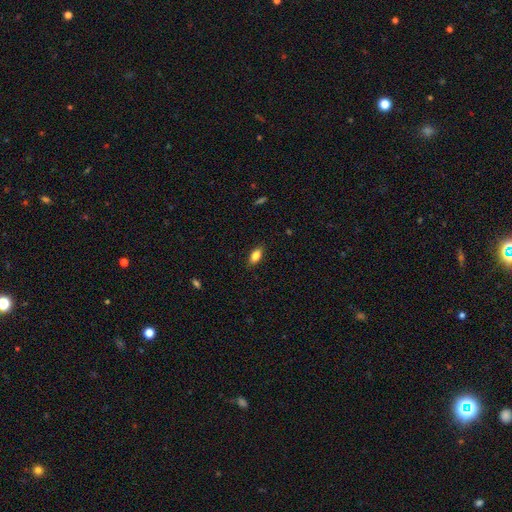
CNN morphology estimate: smooth-or-featured: smooth: 82% | featured or disk: 10% | star or artifact: 8%
  how-rounded: in between: 86% | cigar-shaped: 8% | round: 5%
  merging: none: 87% | minor disturbance: 10% | major disturbance: 2% | merger: 1%